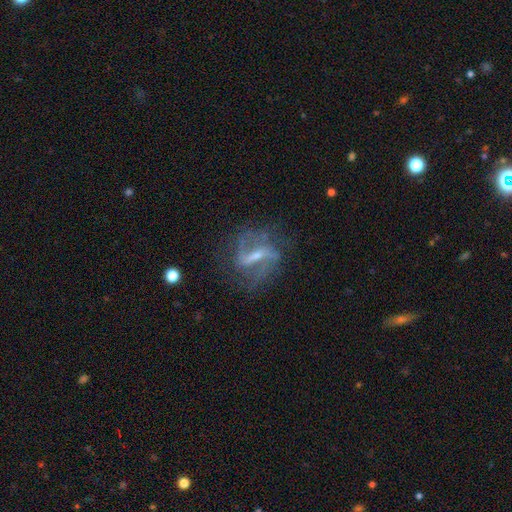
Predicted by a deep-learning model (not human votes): smooth-or-featured: featured or disk: 84% | smooth: 9% | star or artifact: 8%
  disk-edge-on: no: 92% | yes: 8%
    bar: strong: 56% | weak: 34% | no: 10%
    has-spiral-arms: yes: 89% | no: 11%
      spiral-winding: loose: 43% | medium: 42% | tight: 15%
      spiral-arm-count: 2: 78% | can't tell: 10% | 3: 4% | 1: 4% | 4: 2% | more than 4: 2%
    bulge-size: small: 58% | moderate: 29% | none: 10% | large: 2% | dominant: 1%
  merging: none: 64% | minor disturbance: 18% | major disturbance: 15% | merger: 2%